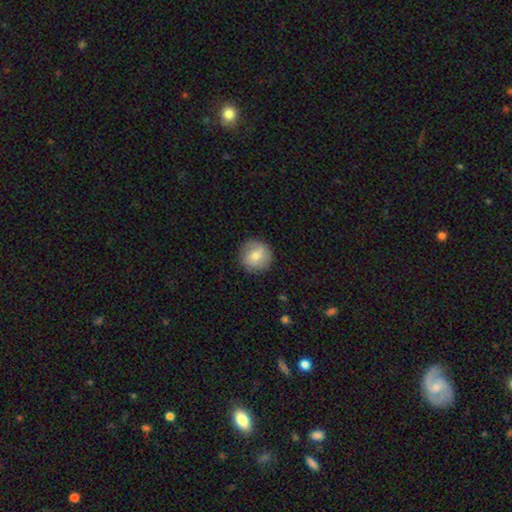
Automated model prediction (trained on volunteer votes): Smooth or featured?
  - smooth: 73% *
  - featured or disk: 19%
  - star or artifact: 7%
How rounded?
  - round: 93% *
  - in between: 6%
  - cigar-shaped: 1%
Merging?
  - none: 87% *
  - minor disturbance: 9%
  - major disturbance: 3%
  - merger: 1%